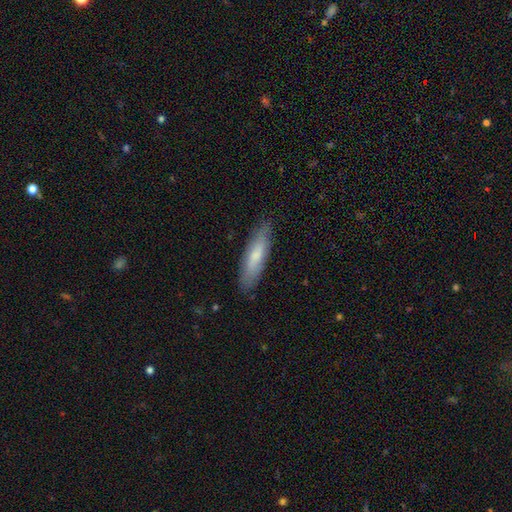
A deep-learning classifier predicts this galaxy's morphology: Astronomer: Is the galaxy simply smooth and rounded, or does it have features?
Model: smooth — 70%.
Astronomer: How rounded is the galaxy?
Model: cigar-shaped — 68%.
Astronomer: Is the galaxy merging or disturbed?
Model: none — 85%.